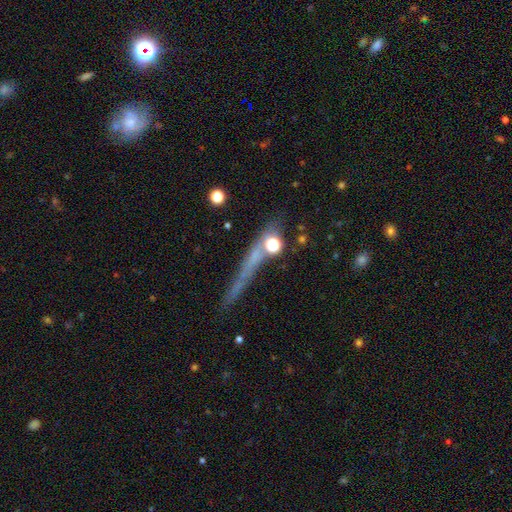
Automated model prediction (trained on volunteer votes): Q: Smooth or featured?
A: smooth (43%); runner-up: featured or disk (39%)
Q: Merging?
A: none (68%); runner-up: minor disturbance (15%)